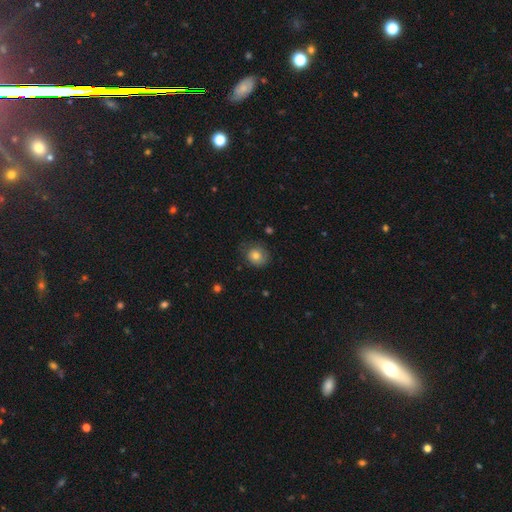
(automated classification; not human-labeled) Smooth or featured? smooth (76%)
How rounded? round (74%)
Merging? none (70%)